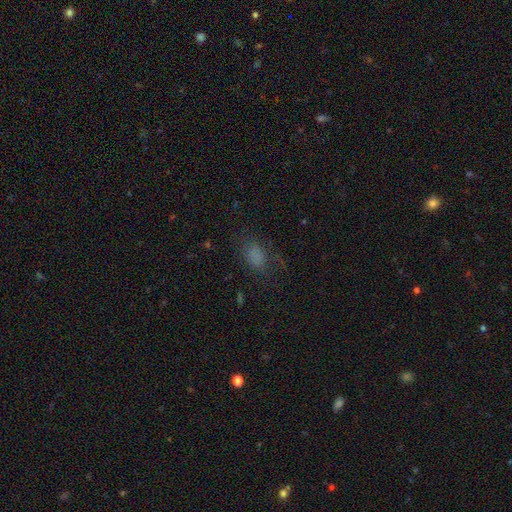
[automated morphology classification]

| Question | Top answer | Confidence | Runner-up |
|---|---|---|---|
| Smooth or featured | smooth | 72% | star or artifact (16%) |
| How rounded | in between | 82% | round (15%) |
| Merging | none | 59% | minor disturbance (21%) |